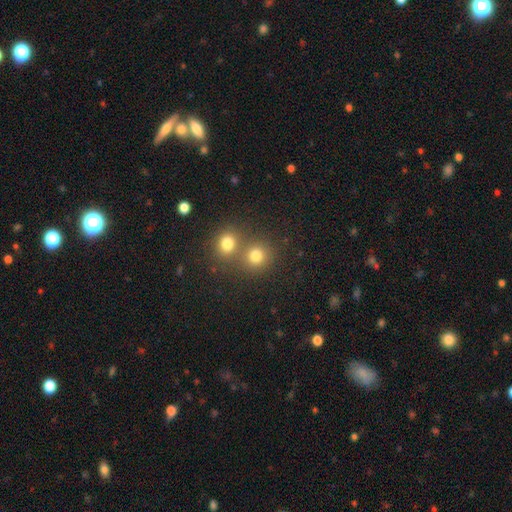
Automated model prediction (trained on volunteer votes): This appears to be a smooth galaxy with no disk features (78%) that is round (86%). Merging: none (56%).